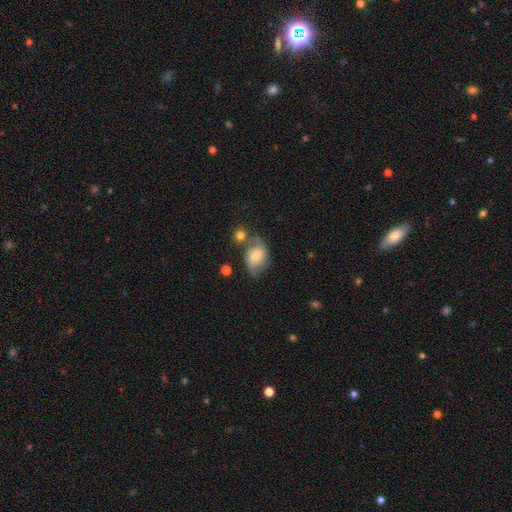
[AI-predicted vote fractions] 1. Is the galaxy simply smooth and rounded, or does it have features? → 50% smooth, 42% featured or disk, 8% star or artifact.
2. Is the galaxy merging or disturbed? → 46% none, 24% minor disturbance, 18% merger, 12% major disturbance.